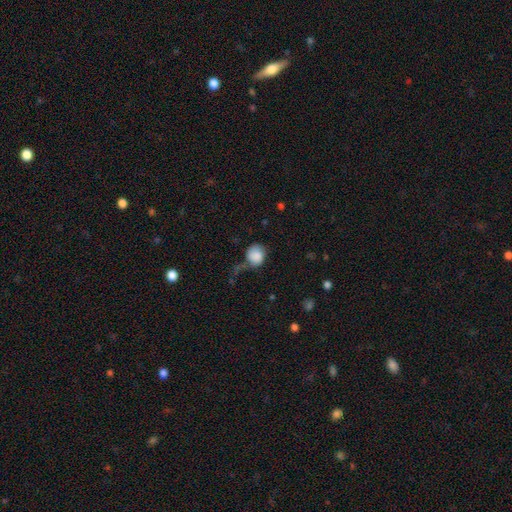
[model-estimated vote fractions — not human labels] smooth_or_featured: smooth (p=0.85) [alt: star or artifact p=0.08]
how_rounded: round (p=0.74) [alt: in between p=0.25]
merging: none (p=0.46) [alt: minor disturbance p=0.32]